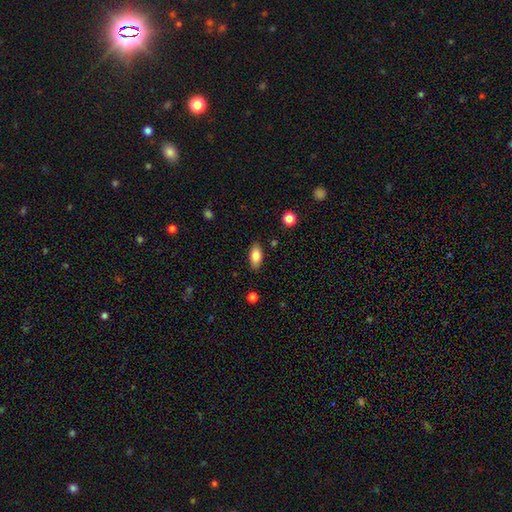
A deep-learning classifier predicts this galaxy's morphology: This appears to be a smooth galaxy with no disk features (81%) that is in between round and cigar-shaped (87%). Merging: none (86%).